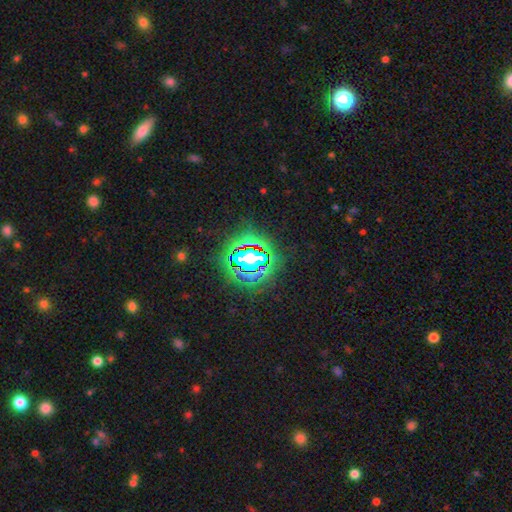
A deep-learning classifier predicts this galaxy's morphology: smooth-or-featured: star or artifact: 81% | smooth: 12% | featured or disk: 7%